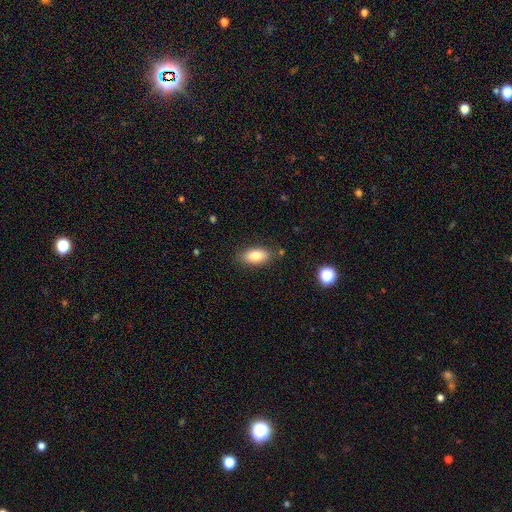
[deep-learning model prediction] A smooth galaxy with no disk features (81%) that is in between round and cigar-shaped (87%). Merging: none (80%).